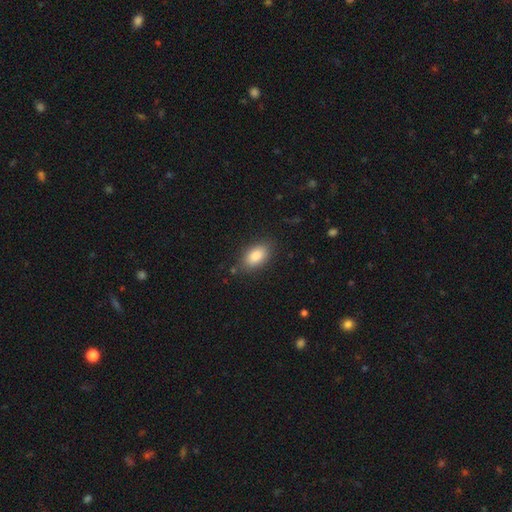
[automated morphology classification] type=smooth (86%); roundness=in between (91%); merging=none (84%).